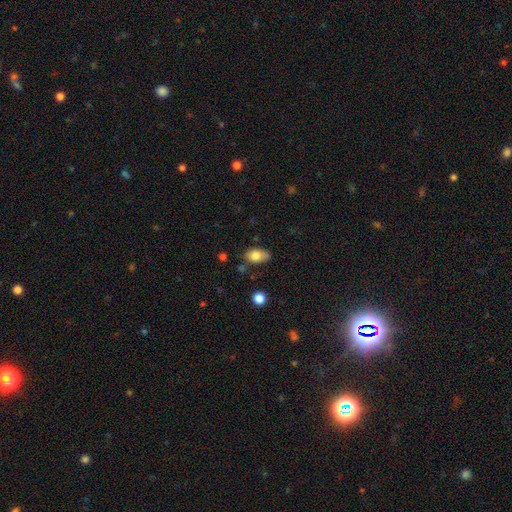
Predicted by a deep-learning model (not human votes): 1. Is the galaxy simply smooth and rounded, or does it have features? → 80% smooth, 12% featured or disk, 8% star or artifact.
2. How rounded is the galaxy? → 89% in between, 9% round, 2% cigar-shaped.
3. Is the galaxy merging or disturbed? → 60% none, 29% minor disturbance, 6% major disturbance, 5% merger.